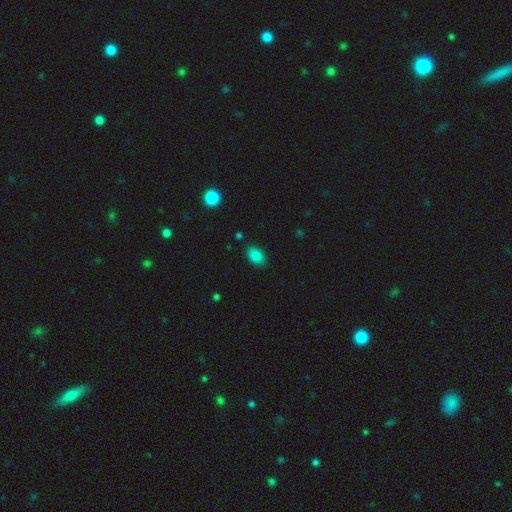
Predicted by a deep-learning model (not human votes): This is clearly a smooth galaxy (86%). How rounded: clearly in between (89%). Merging: clearly none (83%).